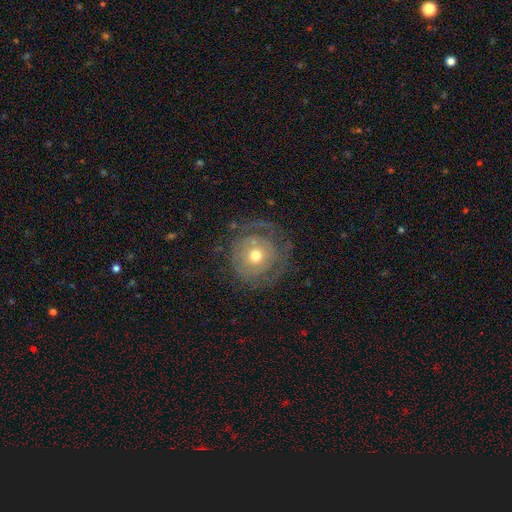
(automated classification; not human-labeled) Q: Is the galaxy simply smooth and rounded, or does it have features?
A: featured or disk — 55%.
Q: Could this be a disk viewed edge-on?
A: no — 96%.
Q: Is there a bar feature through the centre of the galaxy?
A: no — 86%.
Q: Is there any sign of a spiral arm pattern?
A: no — 51%.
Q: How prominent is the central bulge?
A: moderate — 66%.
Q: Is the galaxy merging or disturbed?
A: none — 60%.